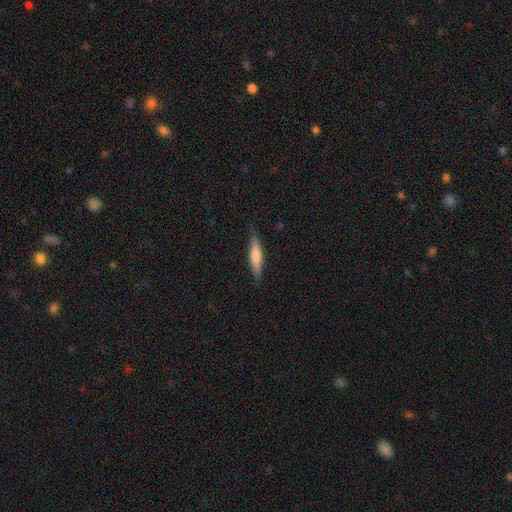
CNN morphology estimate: Smooth or featured? Predicted: smooth (p=0.61). How rounded? Predicted: cigar-shaped (p=0.85). Merging? Predicted: none (p=0.86).